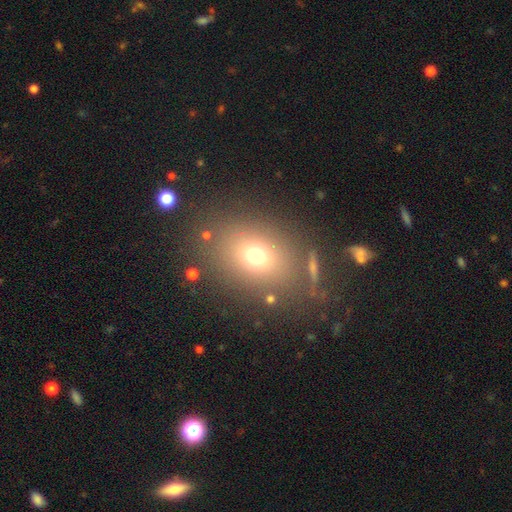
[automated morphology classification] Smooth or featured? Predicted: smooth (p=0.71). How rounded? Predicted: in between (p=0.50). Merging? Predicted: none (p=0.77).